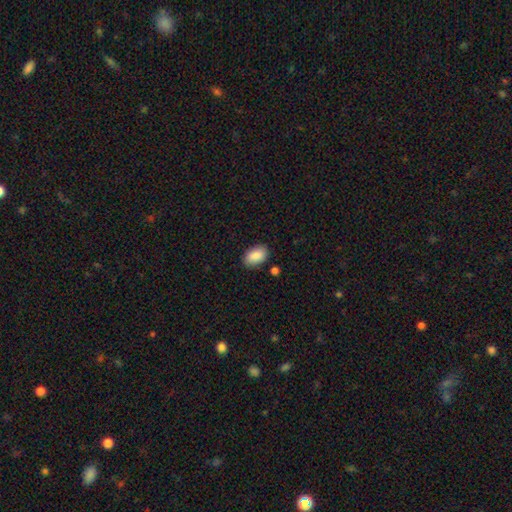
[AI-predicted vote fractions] This appears to be a smooth galaxy with no disk features (88%) that is in between round and cigar-shaped (91%). Merging: none (85%).